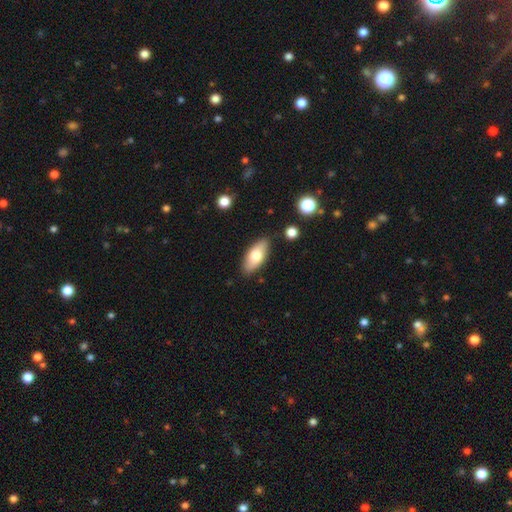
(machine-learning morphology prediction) smooth-or-featured: smooth: 73% | featured or disk: 21% | star or artifact: 6%
  how-rounded: in between: 84% | cigar-shaped: 14% | round: 2%
  merging: none: 85% | minor disturbance: 11% | major disturbance: 2% | merger: 2%